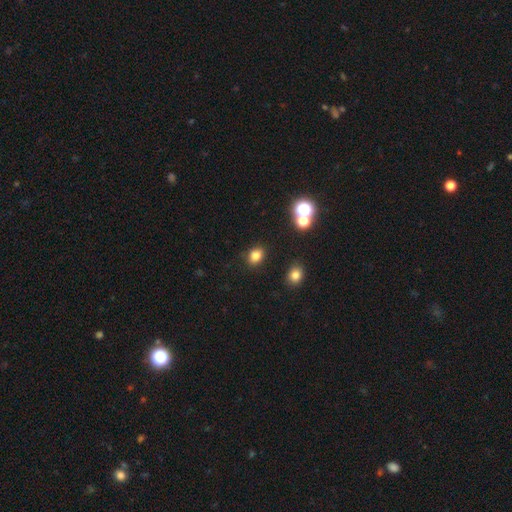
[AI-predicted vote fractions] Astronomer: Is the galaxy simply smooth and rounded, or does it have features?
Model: smooth — 79%.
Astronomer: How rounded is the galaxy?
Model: in between — 58% (runner-up: round, 41%).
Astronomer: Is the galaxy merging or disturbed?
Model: none — 83%.